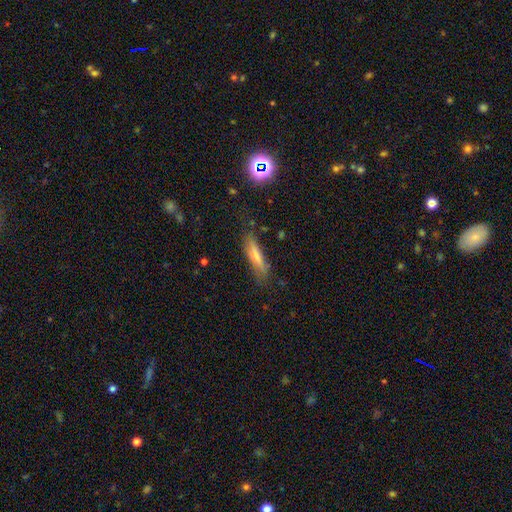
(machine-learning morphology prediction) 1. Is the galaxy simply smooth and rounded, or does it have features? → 70% smooth, 23% featured or disk, 7% star or artifact.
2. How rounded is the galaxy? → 76% cigar-shaped, 23% in between, 2% round.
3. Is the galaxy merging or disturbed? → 70% none, 21% minor disturbance, 7% major disturbance, 3% merger.